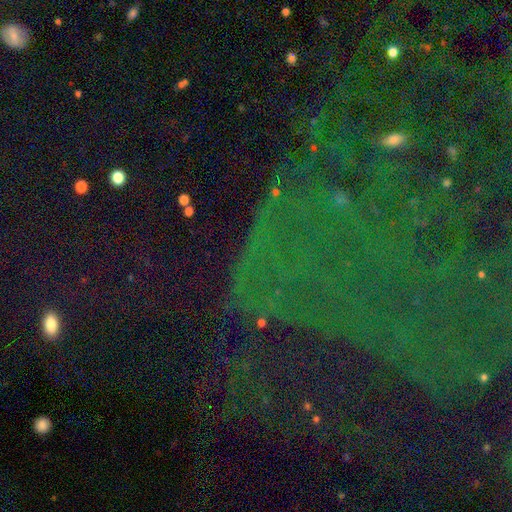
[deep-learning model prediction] Morphology: type=star or artifact (82%).